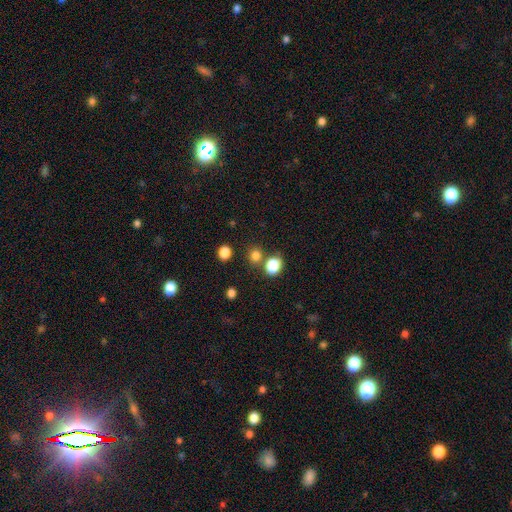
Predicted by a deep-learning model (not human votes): Q: Smooth or featured?
A: smooth (78%); runner-up: star or artifact (16%)
Q: How rounded?
A: round (81%); runner-up: in between (18%)
Q: Merging?
A: none (72%); runner-up: merger (17%)